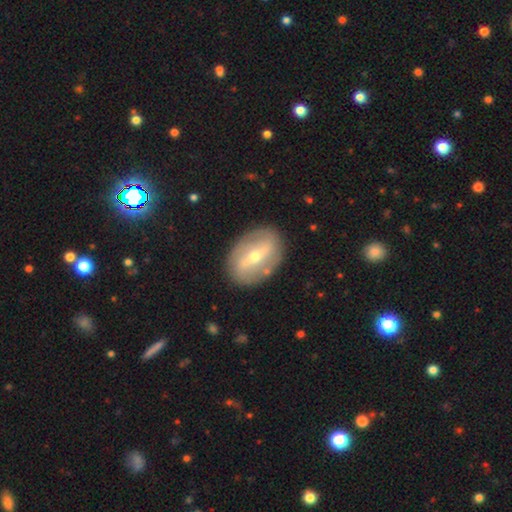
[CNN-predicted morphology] The model was most divided on "bulge size": moderate: 51%, small: 45%, large: 2%, none: 1%, dominant: 1%. More confident: edge-on disk — no (88%); merging — none (85%); smooth or featured — featured or disk (68%); bar — strong (60%); spiral arms — no (58%).